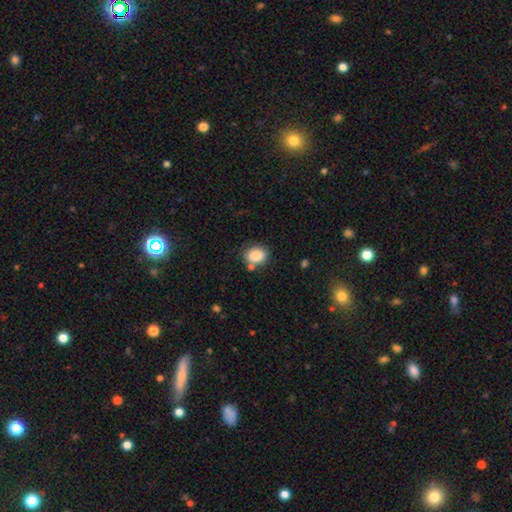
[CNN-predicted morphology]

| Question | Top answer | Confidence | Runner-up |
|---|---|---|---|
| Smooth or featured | smooth | 85% | star or artifact (9%) |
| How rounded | in between | 64% | round (35%) |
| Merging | none | 72% | minor disturbance (13%) |